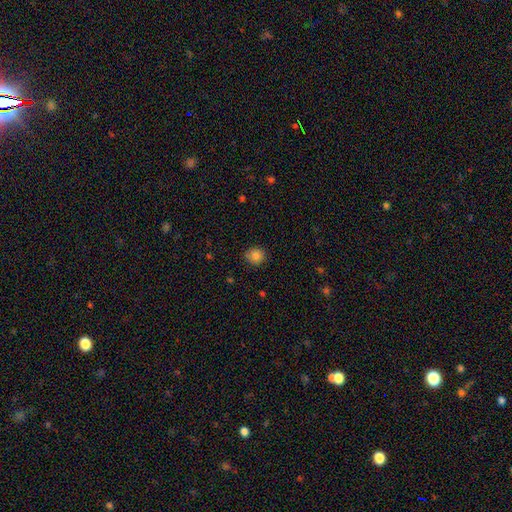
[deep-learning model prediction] This appears to be a smooth galaxy with no disk features (83%) that is round (84%). Merging: none (81%).